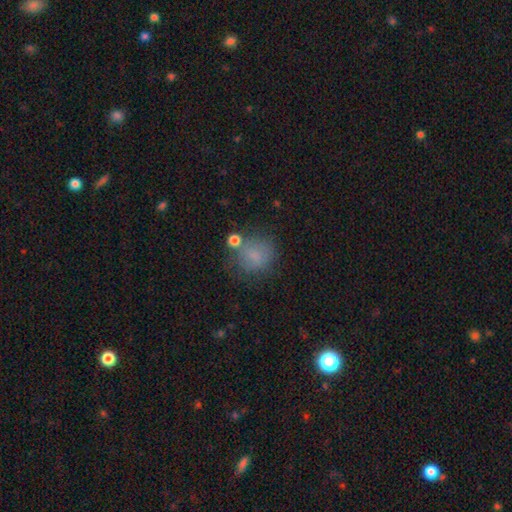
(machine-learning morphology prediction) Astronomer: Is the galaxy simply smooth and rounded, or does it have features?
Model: smooth — 74%.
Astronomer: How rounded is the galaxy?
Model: round — 76%.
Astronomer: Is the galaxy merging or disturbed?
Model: none — 60%.